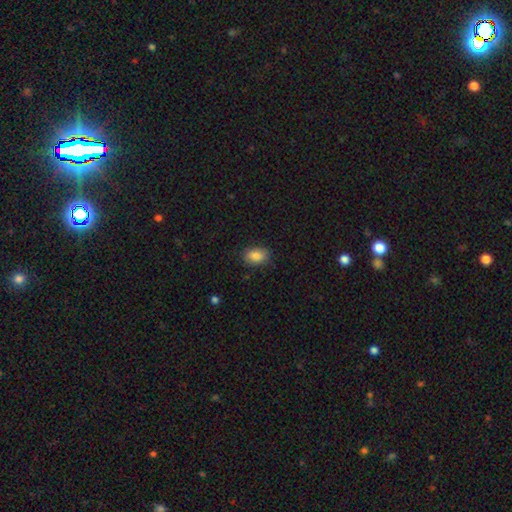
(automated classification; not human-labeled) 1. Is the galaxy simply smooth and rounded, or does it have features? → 86% smooth, 8% star or artifact, 6% featured or disk.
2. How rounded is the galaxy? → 85% in between, 14% round, 1% cigar-shaped.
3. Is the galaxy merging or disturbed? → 84% none, 13% minor disturbance, 3% major disturbance, 1% merger.